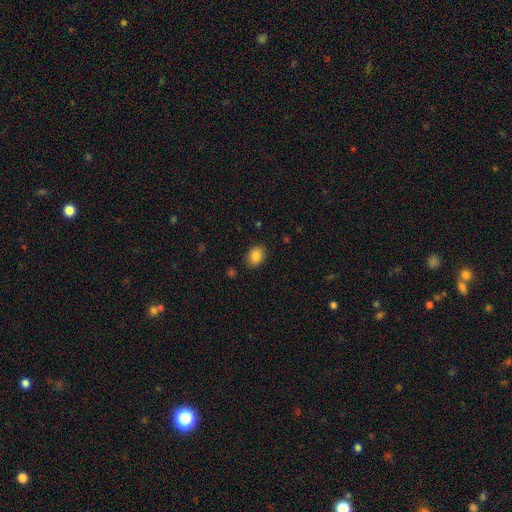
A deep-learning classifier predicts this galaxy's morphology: smooth_or_featured: smooth (p=0.87) [alt: star or artifact p=0.08]
how_rounded: in between (p=0.73) [alt: round p=0.26]
merging: none (p=0.86) [alt: minor disturbance p=0.10]